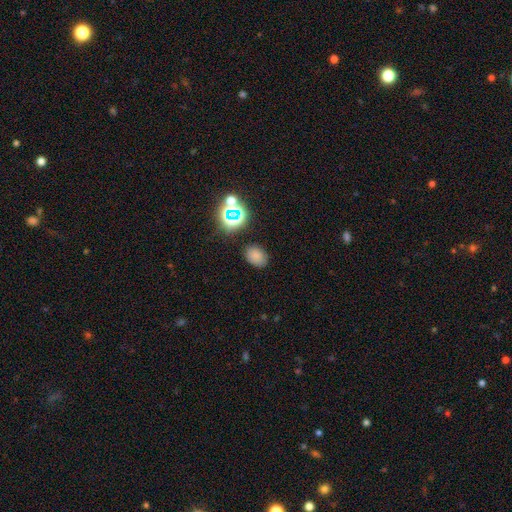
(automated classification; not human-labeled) A smooth galaxy with no disk features (74%) that is in between round and cigar-shaped (71%). Merging: none (81%).